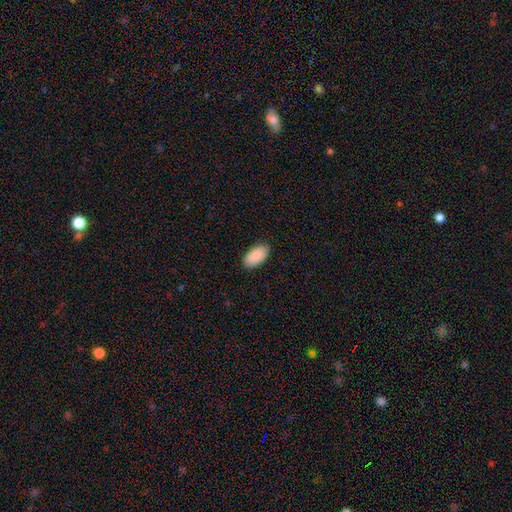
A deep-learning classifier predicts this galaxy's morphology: smooth 89%, star or artifact 6%, featured or disk 5%. Down the decision tree: how rounded — in between (96%); merging — none (86%).